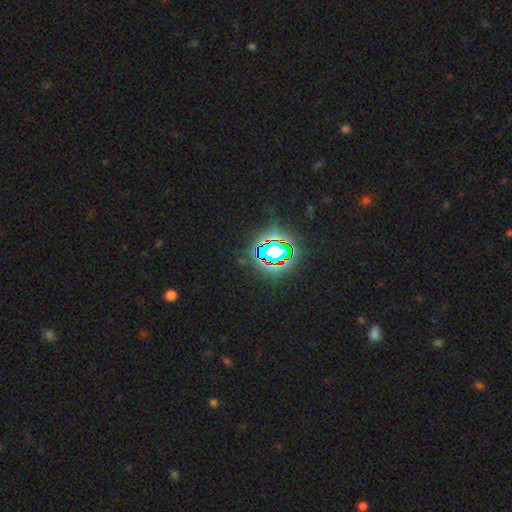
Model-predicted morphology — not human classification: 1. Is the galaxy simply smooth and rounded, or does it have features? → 81% star or artifact, 12% smooth, 7% featured or disk.